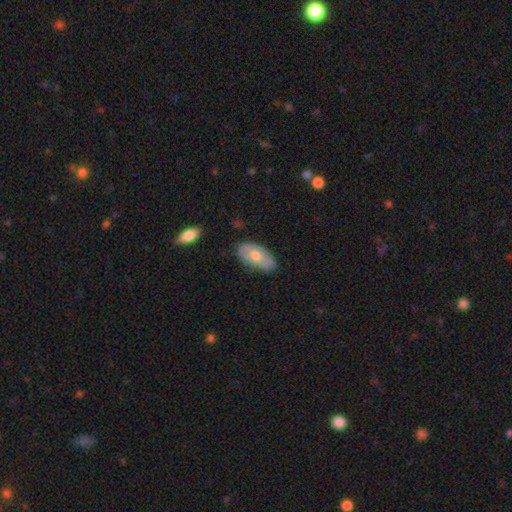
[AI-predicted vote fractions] Morphology: type=smooth (56%); roundness=in between (93%); merging=none (78%).